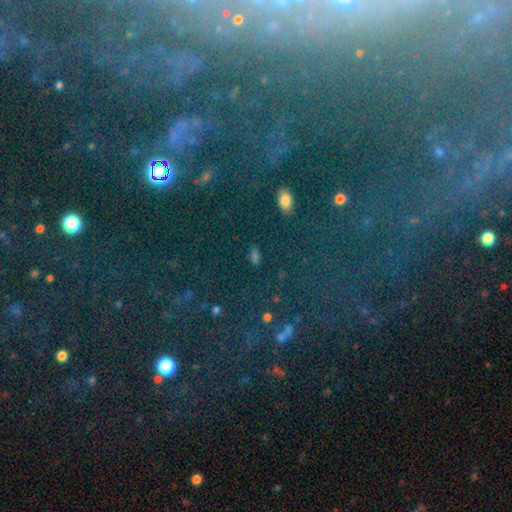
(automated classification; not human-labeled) Q: Smooth or featured?
A: smooth (49%); runner-up: star or artifact (41%)
Q: Merging?
A: none (81%); runner-up: minor disturbance (10%)